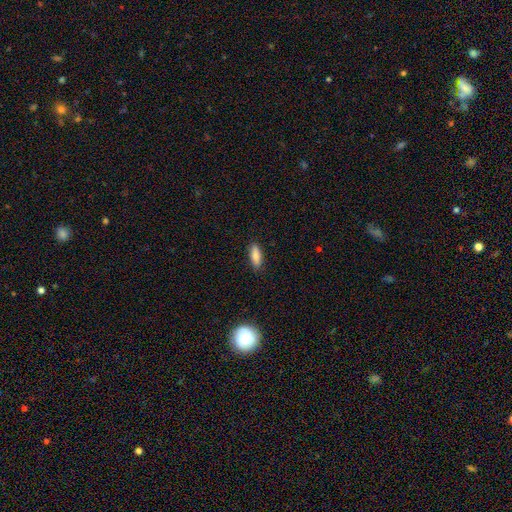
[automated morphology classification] Overall: smooth (82%). How rounded: in between (64%; cigar-shaped 34%). Merging: none (88%).